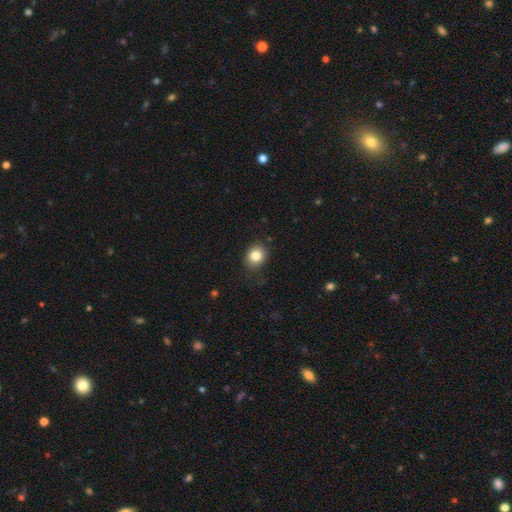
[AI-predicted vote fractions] smooth-or-featured: smooth: 83% | star or artifact: 10% | featured or disk: 7%
  how-rounded: round: 70% | in between: 29% | cigar-shaped: 1%
  merging: none: 84% | minor disturbance: 12% | major disturbance: 3% | merger: 1%